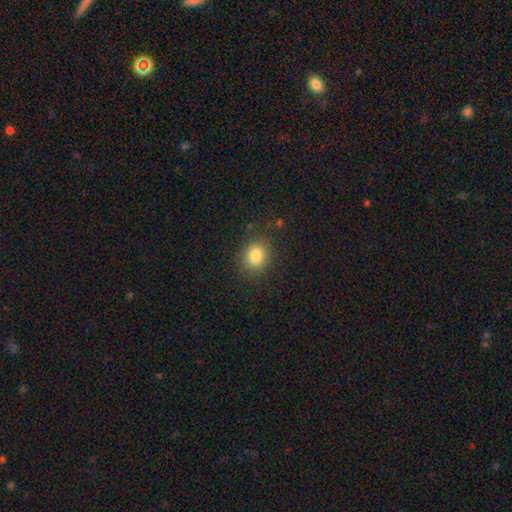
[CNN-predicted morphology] Q: Smooth or featured?
A: smooth (83%); runner-up: star or artifact (11%)
Q: How rounded?
A: round (66%); runner-up: in between (33%)
Q: Merging?
A: none (84%); runner-up: minor disturbance (11%)